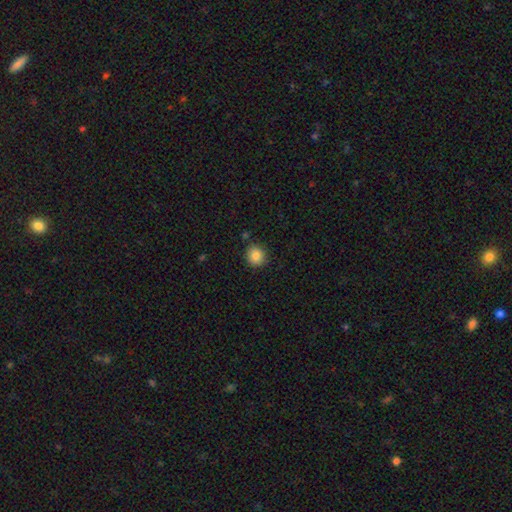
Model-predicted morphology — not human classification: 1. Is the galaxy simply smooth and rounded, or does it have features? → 86% smooth, 9% star or artifact, 5% featured or disk.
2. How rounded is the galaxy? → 85% round, 14% in between, 1% cigar-shaped.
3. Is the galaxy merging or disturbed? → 86% none, 9% minor disturbance, 3% merger, 2% major disturbance.